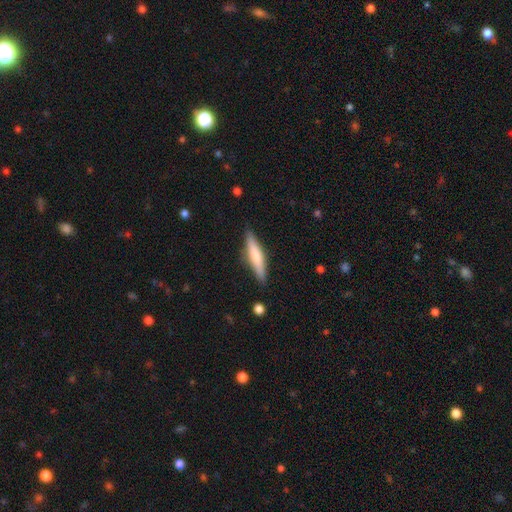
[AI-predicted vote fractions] Morphology: type=smooth (64%); roundness=cigar-shaped (85%); merging=none (86%).